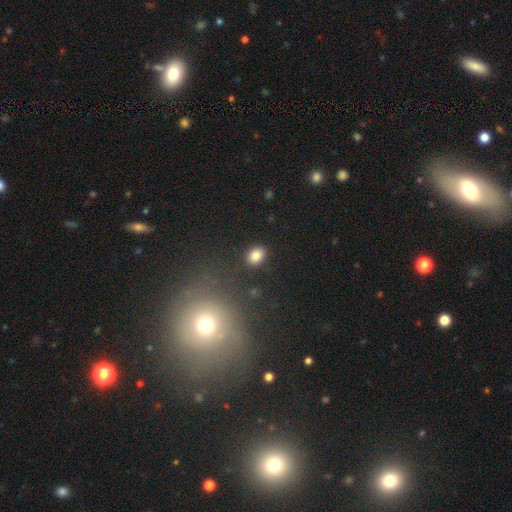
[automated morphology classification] Smooth or featured? smooth (83%)
How rounded? in between (60%)
Merging? none (87%)